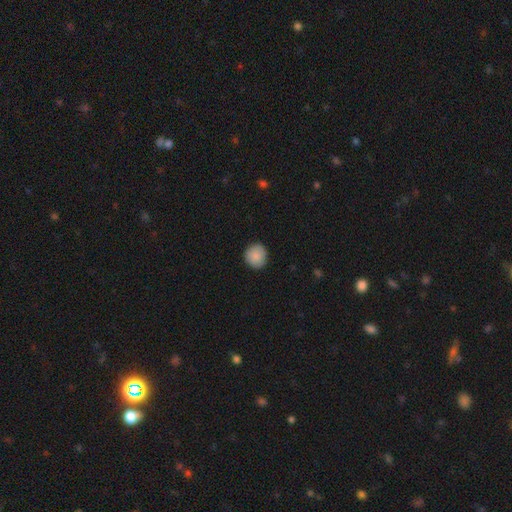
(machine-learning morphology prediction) Smooth or featured? smooth (88%)
How rounded? round (91%)
Merging? none (90%)